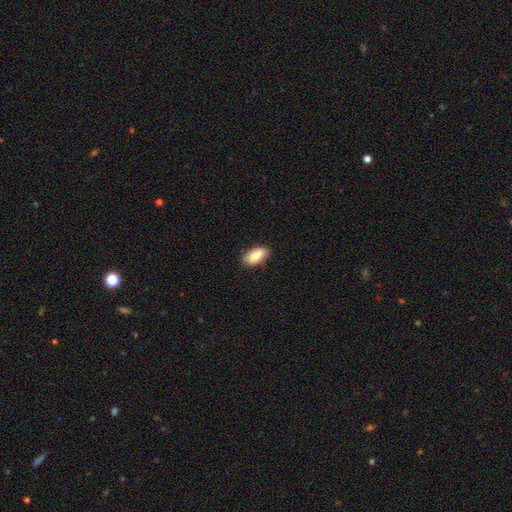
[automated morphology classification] This is clearly a smooth galaxy (81%). How rounded: clearly in between (87%). Merging: clearly none (82%).